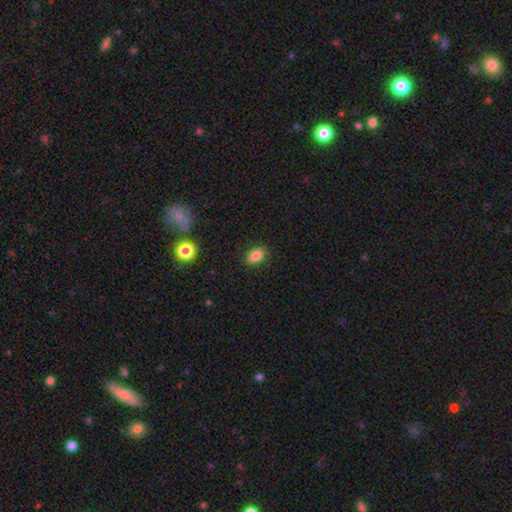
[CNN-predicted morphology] Smooth or featured?
  - smooth: 82% *
  - star or artifact: 10%
  - featured or disk: 8%
How rounded?
  - in between: 79% *
  - round: 19%
  - cigar-shaped: 2%
Merging?
  - none: 86% *
  - minor disturbance: 10%
  - major disturbance: 2%
  - merger: 1%